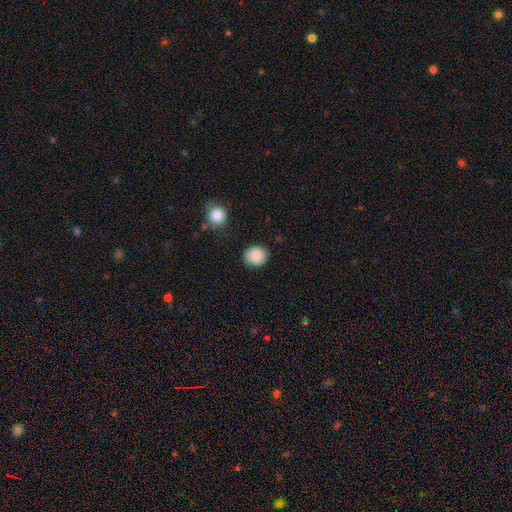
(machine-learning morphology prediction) The model was most divided on "how rounded": round: 81%, in between: 18%, cigar-shaped: 1%. More confident: smooth or featured — smooth (88%); merging — none (86%).